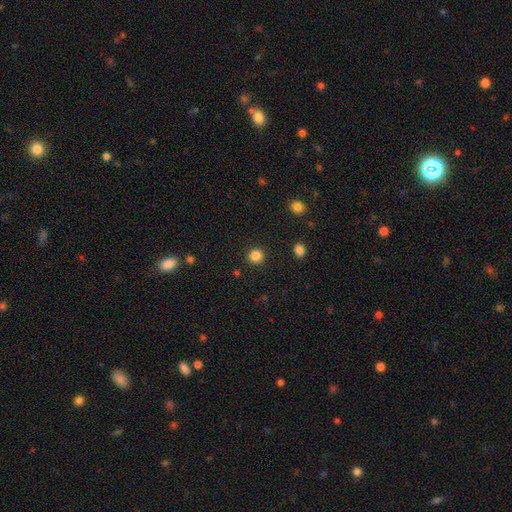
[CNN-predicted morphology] type=smooth (85%); roundness=round (93%); merging=none (92%).